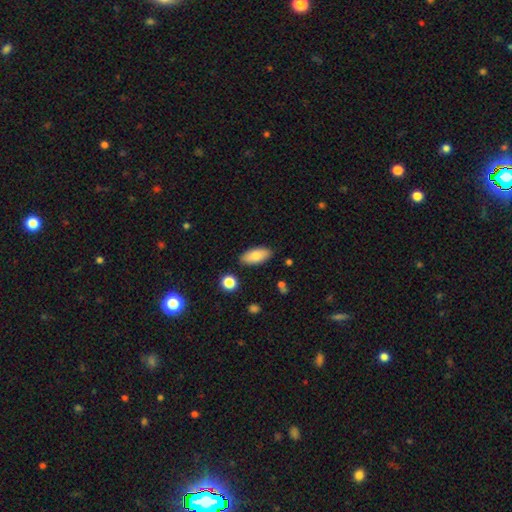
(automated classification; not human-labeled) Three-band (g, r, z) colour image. It shows a smooth galaxy with no disk features (81%) that is in between round and cigar-shaped (89%). Merging: none (86%).